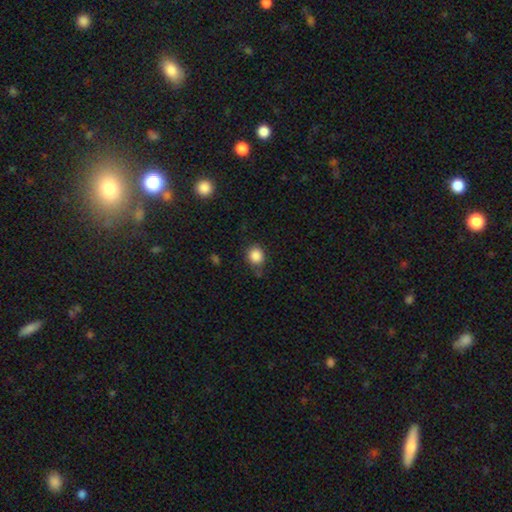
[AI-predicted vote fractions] This appears to be a smooth galaxy with no disk features (86%) that is round (80%). Merging: none (77%).